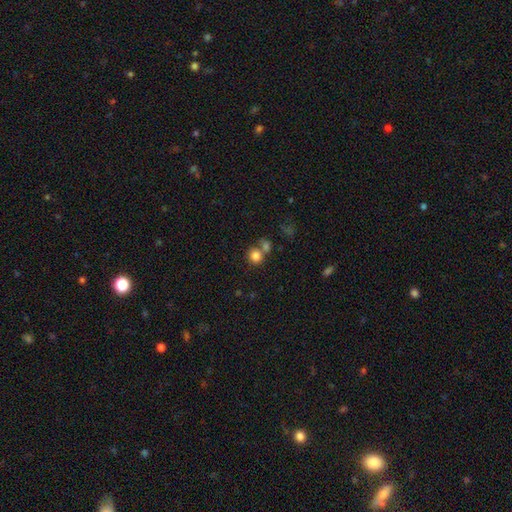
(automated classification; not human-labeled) This is clearly a smooth galaxy (81%). How rounded: clearly round (88%). Merging: possibly none (57%).